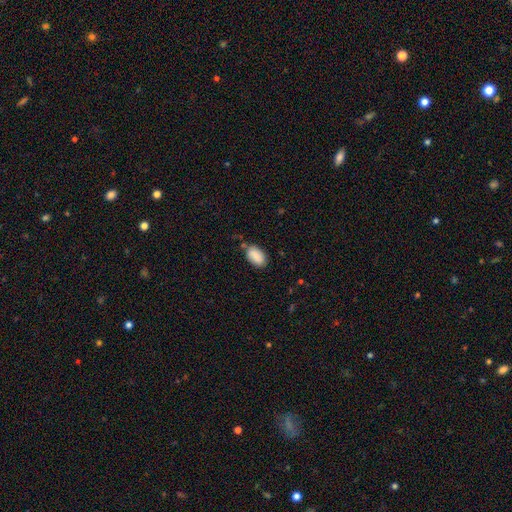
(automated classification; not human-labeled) smooth 88%, star or artifact 7%, featured or disk 5%. Down the decision tree: how rounded — in between (93%); merging — none (70%).